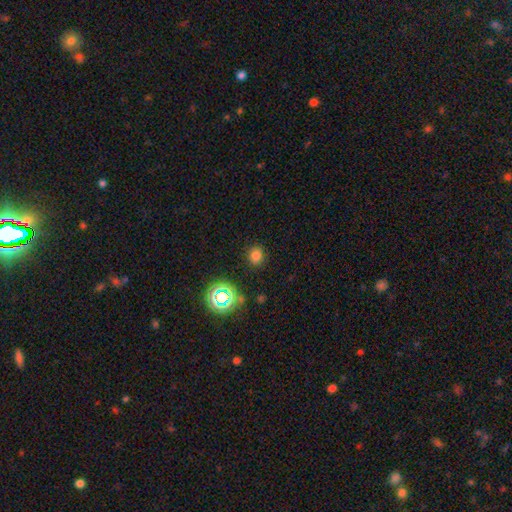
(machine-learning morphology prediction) The model was most divided on "how rounded": round: 69%, in between: 30%, cigar-shaped: 1%. More confident: merging — none (86%); smooth or featured — smooth (73%).